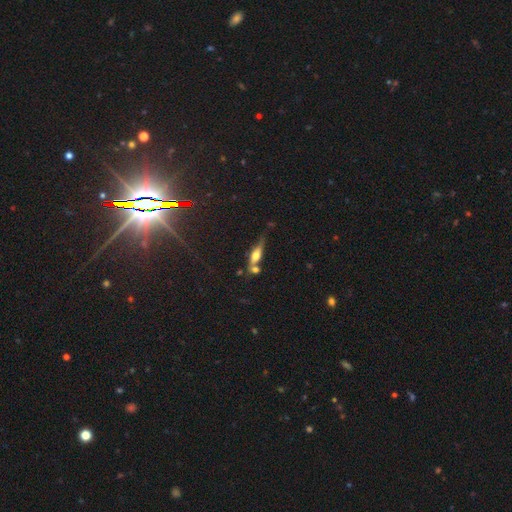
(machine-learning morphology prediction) This is possibly a featured or disk galaxy (53%). It is clearly viewed edge-on (85%). Merging: possibly none (50%).